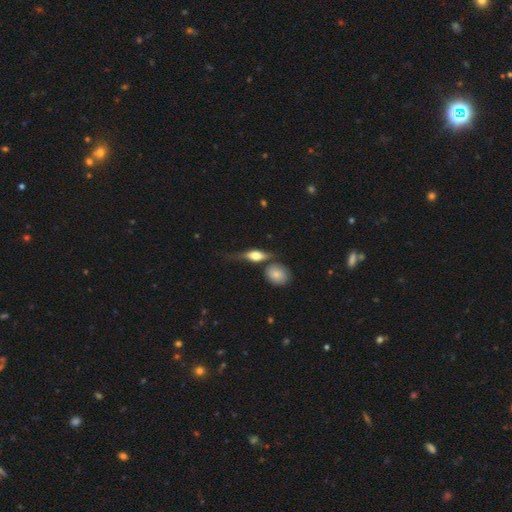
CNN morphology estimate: Overall: featured or disk (47%; smooth 46%). Merging: none (52%; minor disturbance 22%).